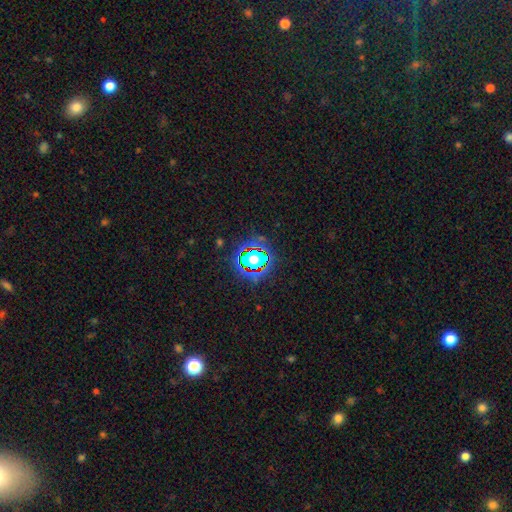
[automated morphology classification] The model was most divided on "smooth or featured": star or artifact: 79%, smooth: 13%, featured or disk: 8%.